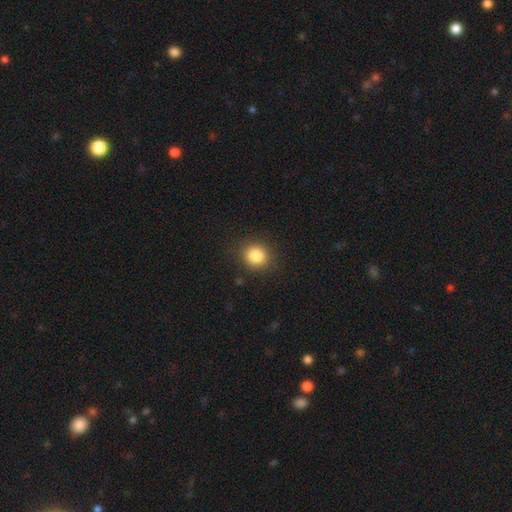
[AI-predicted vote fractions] Morphology: type=smooth (85%); roundness=round (81%); merging=none (87%).